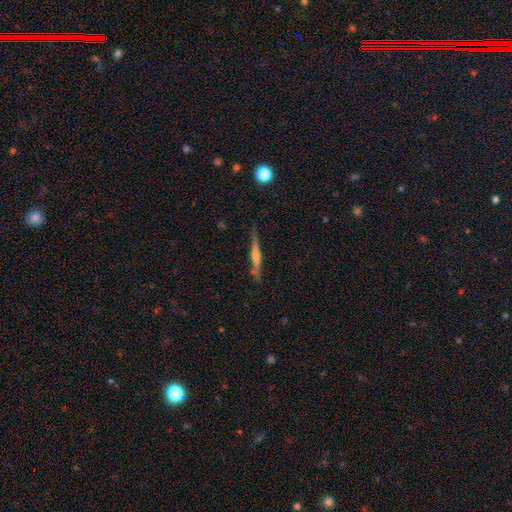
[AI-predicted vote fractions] Smooth or featured? featured or disk (57%)
Edge-on disk? yes (96%)
Edge-on bulge? rounded (44%)
Merging? none (80%)